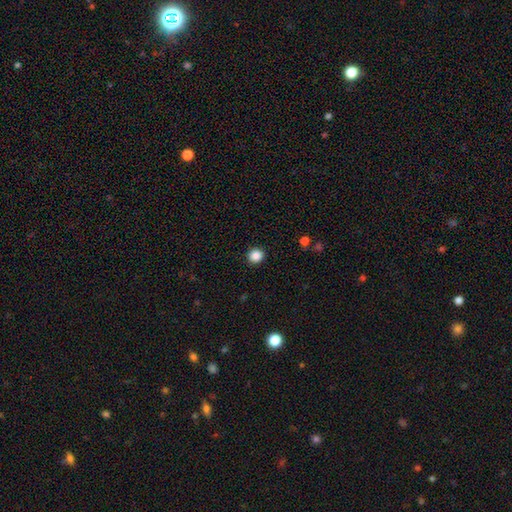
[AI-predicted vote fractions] smooth 87%, star or artifact 10%, featured or disk 3%. Down the decision tree: how rounded — round (90%); merging — none (92%).